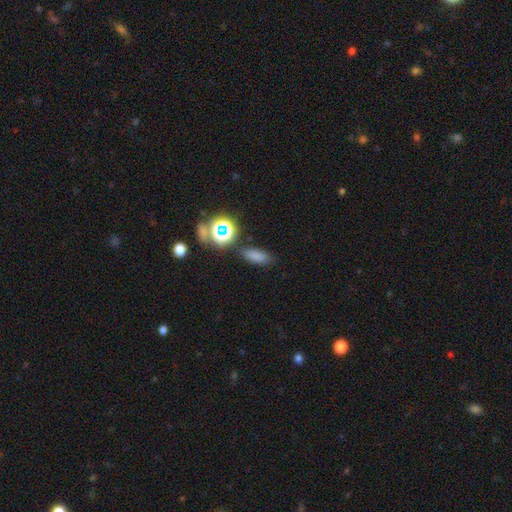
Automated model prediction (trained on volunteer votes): Overall: smooth (72%). How rounded: in between (73%). Merging: none (81%).